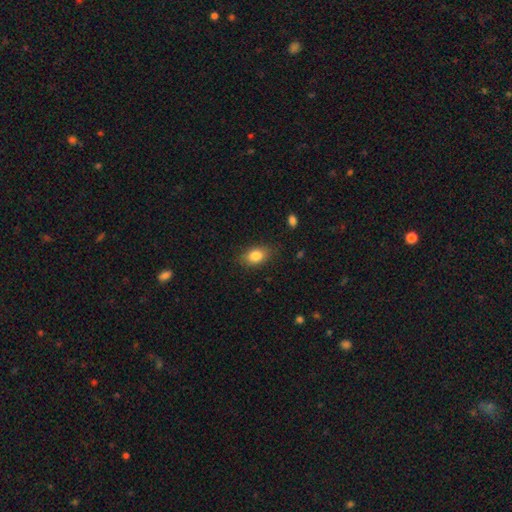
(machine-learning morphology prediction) Smooth or featured: smooth — 83% (star or artifact — 8%)
How rounded: in between — 81% (round — 17%)
Merging: none — 82% (minor disturbance — 13%)